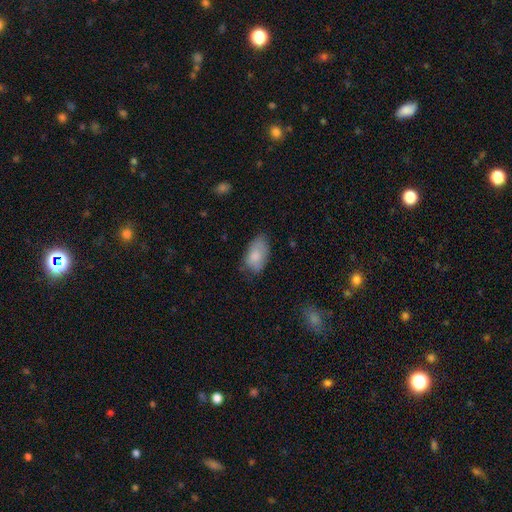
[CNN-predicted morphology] Q: Smooth or featured?
A: smooth (80%); runner-up: featured or disk (13%)
Q: How rounded?
A: in between (93%); runner-up: round (5%)
Q: Merging?
A: none (60%); runner-up: minor disturbance (31%)